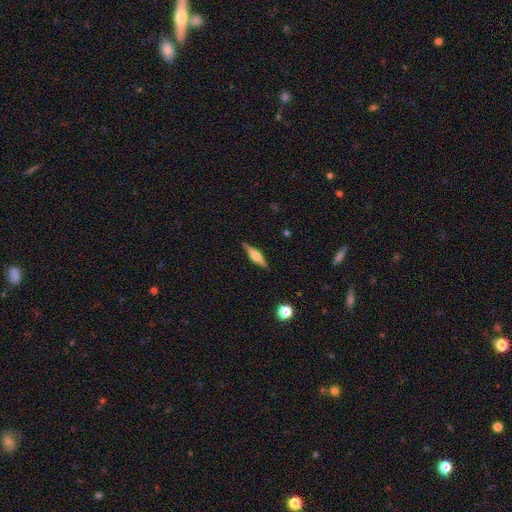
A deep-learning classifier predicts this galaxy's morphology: A featured or disk galaxy (61%) viewed edge-on (97%) with a rounded central bulge (77%). Merging: none (87%).